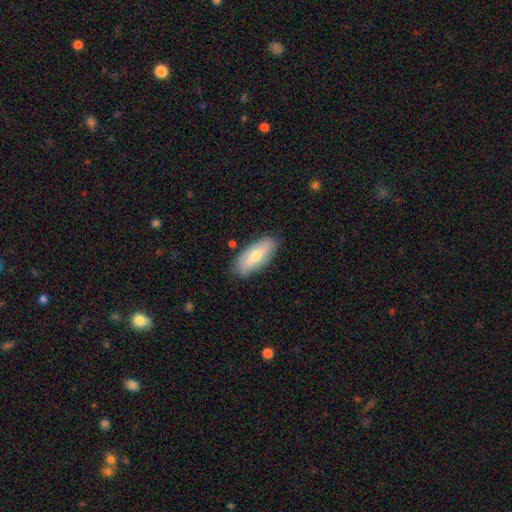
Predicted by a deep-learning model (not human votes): Smooth or featured?
  - smooth: 64% *
  - featured or disk: 29%
  - star or artifact: 7%
How rounded?
  - in between: 79% *
  - cigar-shaped: 19%
  - round: 2%
Merging?
  - none: 86% *
  - minor disturbance: 11%
  - major disturbance: 2%
  - merger: 1%